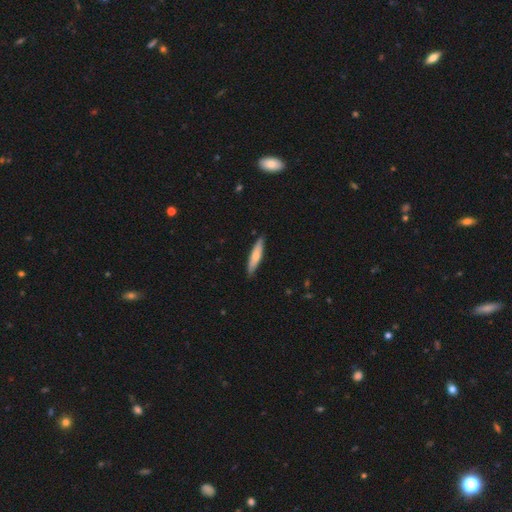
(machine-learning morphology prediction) Overall: smooth (64%; featured or disk 31%). How rounded: cigar-shaped (84%). Merging: none (88%).